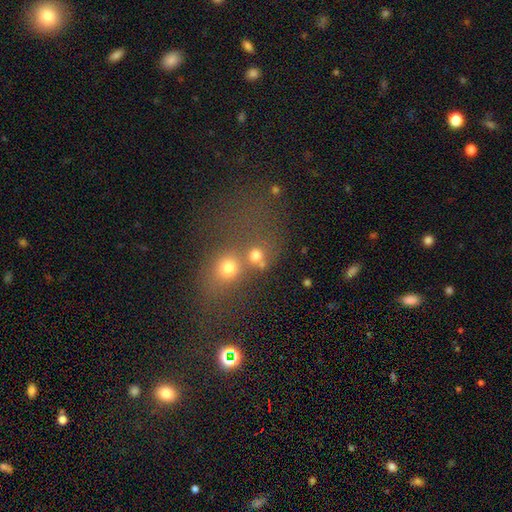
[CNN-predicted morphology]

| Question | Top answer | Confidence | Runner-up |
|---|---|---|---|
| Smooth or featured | smooth | 71% | star or artifact (17%) |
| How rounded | round | 76% | in between (22%) |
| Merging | merger | 44% | none (41%) |